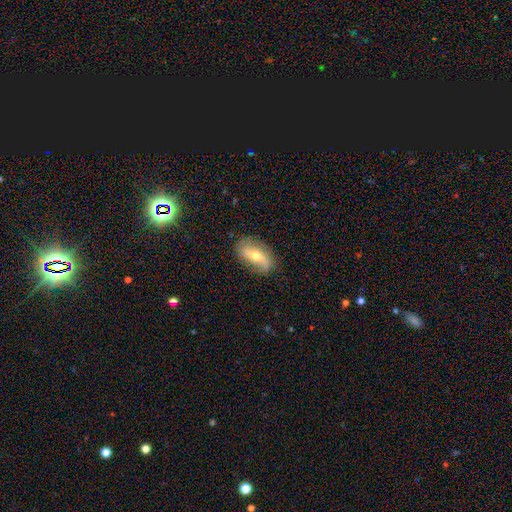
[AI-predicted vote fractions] A featured or disk galaxy (66%) with no bar (42%), 2 (77%) loose (57%) spiral arms (83%) and a moderate central bulge (66%).

Vote fractions:
- Smooth or featured? featured or disk: 66% / smooth: 27% / star or artifact: 7%
- Edge-on disk? no: 91% / yes: 9%
- Bar? no: 42% / weak: 35% / strong: 23%
- Spiral arms? yes: 83% / no: 17%
- Spiral winding? loose: 57% / medium: 28% / tight: 15%
- Spiral arm count? 2: 77% / 1: 12% / can't tell: 7% / 3: 1% / 4: 1% / more than 4: 1%
- Bulge size? moderate: 66% / small: 29% / large: 4% / none: 1% / dominant: 1%
- Merging? none: 78% / minor disturbance: 16% / major disturbance: 5% / merger: 1%